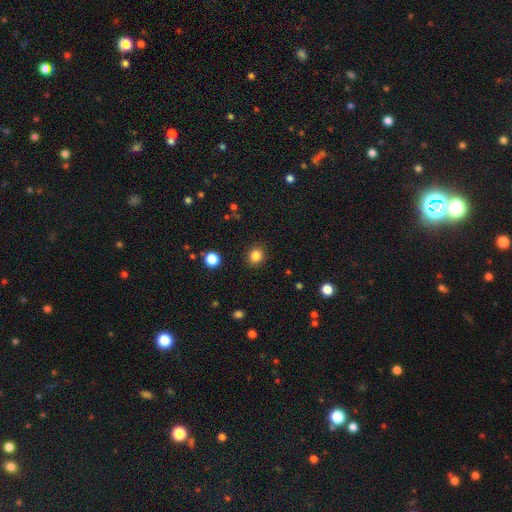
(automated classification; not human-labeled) Smooth or featured: smooth — 84% (star or artifact — 12%)
How rounded: round — 82% (in between — 17%)
Merging: none — 90% (minor disturbance — 6%)